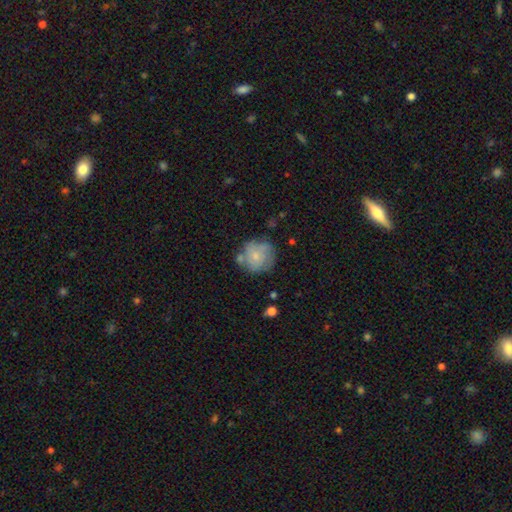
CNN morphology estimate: Smooth or featured?
  - smooth: 57% *
  - featured or disk: 35%
  - star or artifact: 8%
How rounded?
  - round: 88% *
  - in between: 11%
  - cigar-shaped: 1%
Merging?
  - none: 60% *
  - minor disturbance: 23%
  - major disturbance: 8%
  - merger: 8%